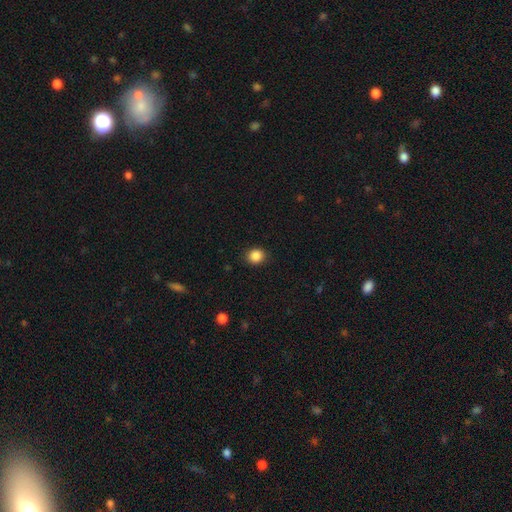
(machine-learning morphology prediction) Overall: smooth (87%). How rounded: round (78%). Merging: none (88%).